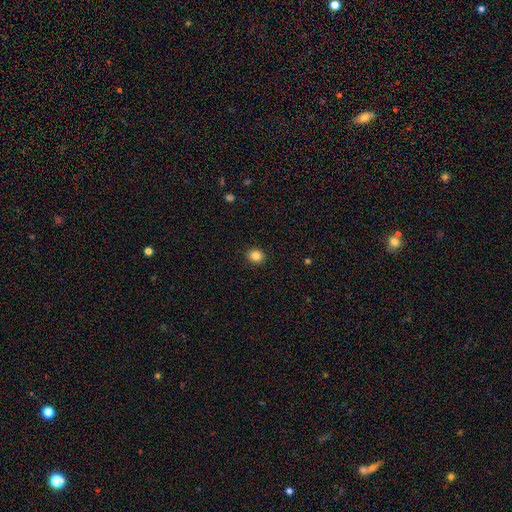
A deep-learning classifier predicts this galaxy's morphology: This is clearly a smooth galaxy (85%). How rounded: likely round (72%). Merging: clearly none (91%).